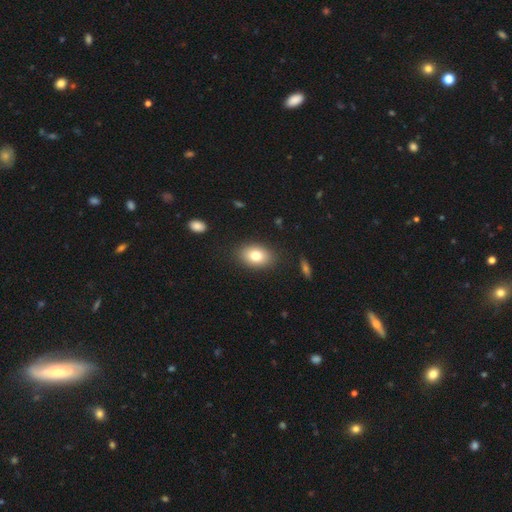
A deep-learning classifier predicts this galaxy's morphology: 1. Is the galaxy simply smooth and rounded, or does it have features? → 79% smooth, 12% featured or disk, 8% star or artifact.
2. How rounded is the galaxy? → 82% in between, 17% round, 1% cigar-shaped.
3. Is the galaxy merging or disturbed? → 87% none, 9% minor disturbance, 3% major disturbance, 1% merger.